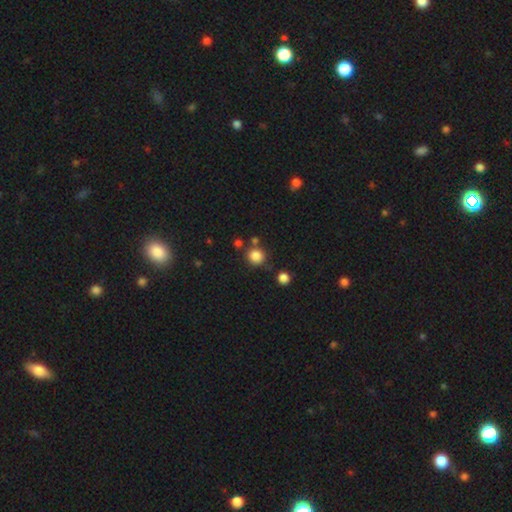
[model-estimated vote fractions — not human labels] smooth_or_featured: smooth (p=0.84) [alt: star or artifact p=0.12]
how_rounded: round (p=0.89) [alt: in between p=0.10]
merging: none (p=0.77) [alt: minor disturbance p=0.10]